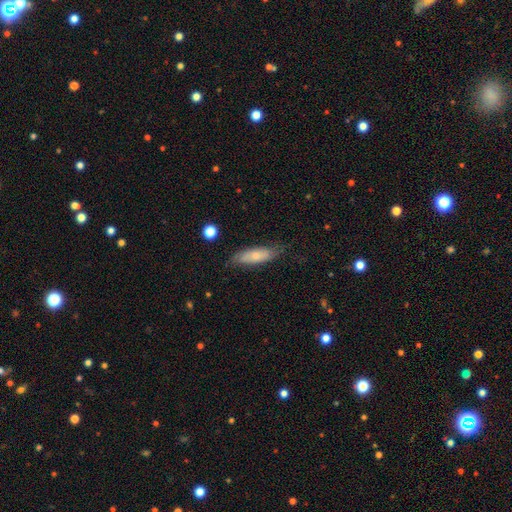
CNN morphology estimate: smooth-or-featured: smooth: 62% | featured or disk: 32% | star or artifact: 6%
  how-rounded: in between: 49% | cigar-shaped: 48% | round: 2%
  merging: none: 74% | minor disturbance: 20% | major disturbance: 4% | merger: 1%